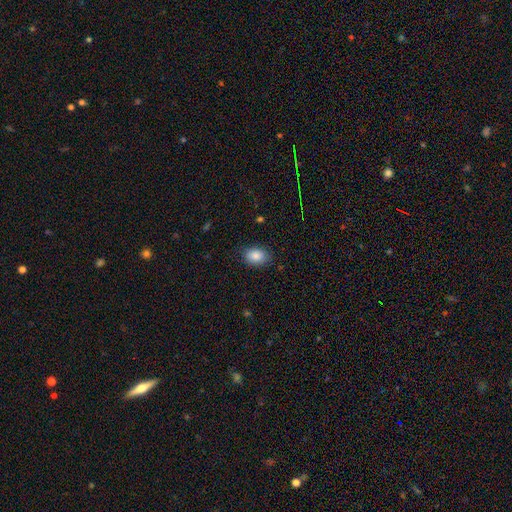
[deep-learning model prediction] The model was most divided on "how rounded": in between: 80%, round: 19%, cigar-shaped: 1%. More confident: smooth or featured — smooth (87%); merging — none (84%).